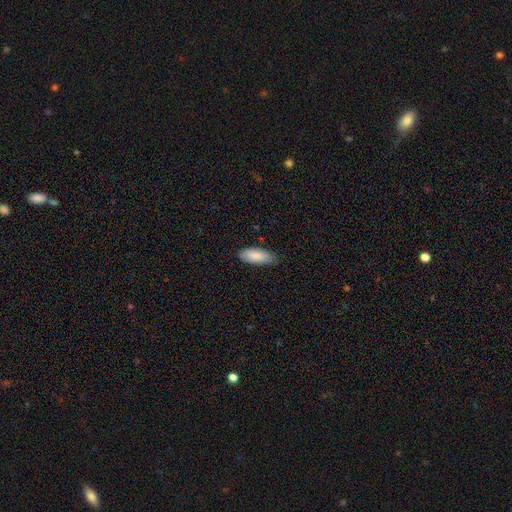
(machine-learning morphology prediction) This is clearly a smooth galaxy (86%). How rounded: clearly in between (82%). Merging: likely none (78%).